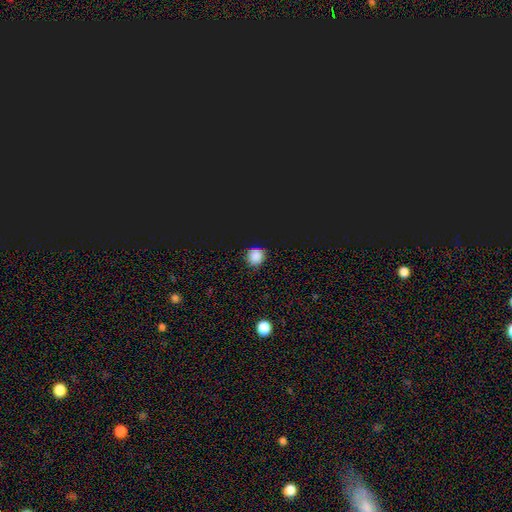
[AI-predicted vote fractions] Overall: smooth (73%). How rounded: round (90%). Merging: none (82%).